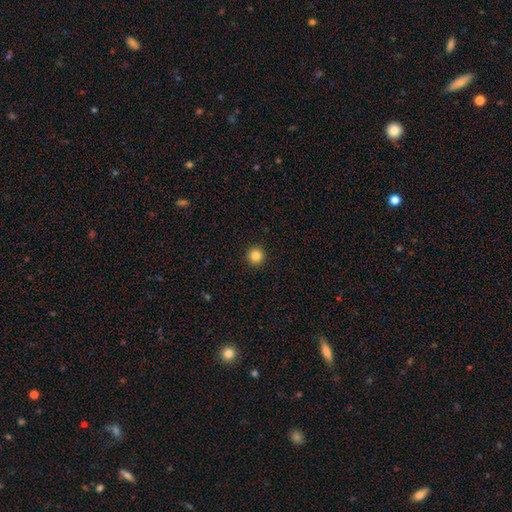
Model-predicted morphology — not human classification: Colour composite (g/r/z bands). It shows a smooth galaxy with no disk features (84%) that is round (95%). Merging: none (93%).